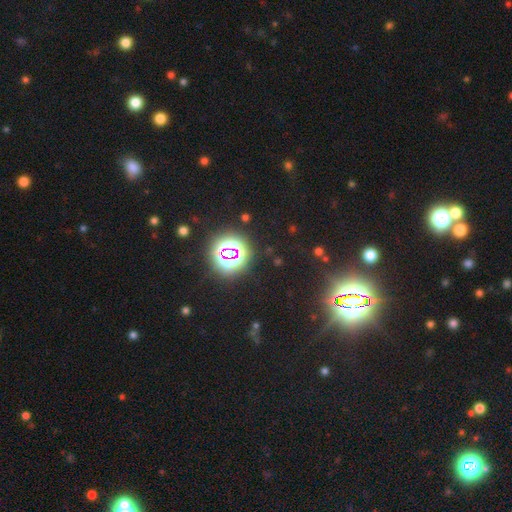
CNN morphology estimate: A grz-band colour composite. It shows a star or artifact, not a galaxy (74%).